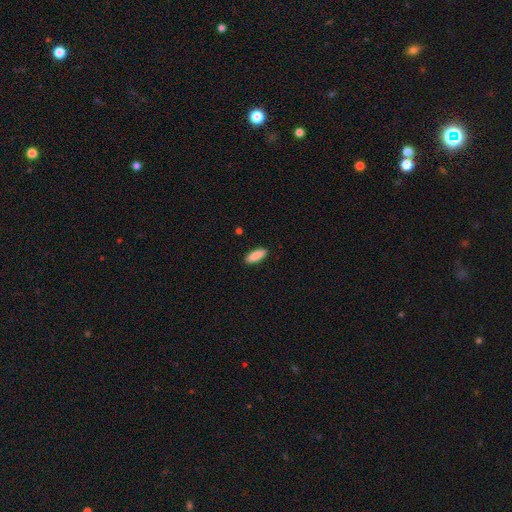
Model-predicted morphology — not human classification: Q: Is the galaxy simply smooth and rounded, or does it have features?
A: smooth — 89%.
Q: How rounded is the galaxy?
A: in between — 76%.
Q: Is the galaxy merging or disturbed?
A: none — 90%.